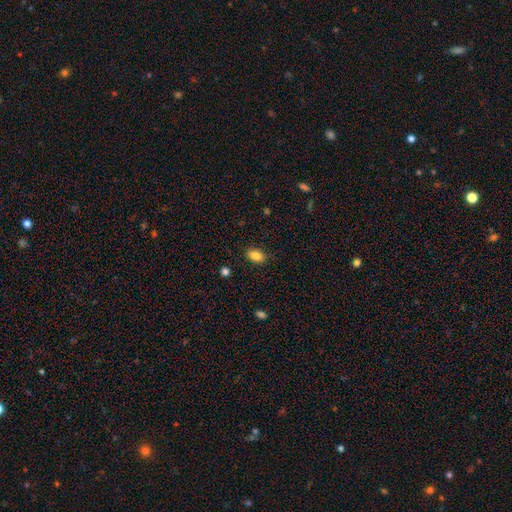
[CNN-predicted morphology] smooth-or-featured: smooth: 86% | star or artifact: 9% | featured or disk: 5%
  how-rounded: in between: 89% | round: 8% | cigar-shaped: 3%
  merging: none: 86% | minor disturbance: 10% | major disturbance: 2% | merger: 1%